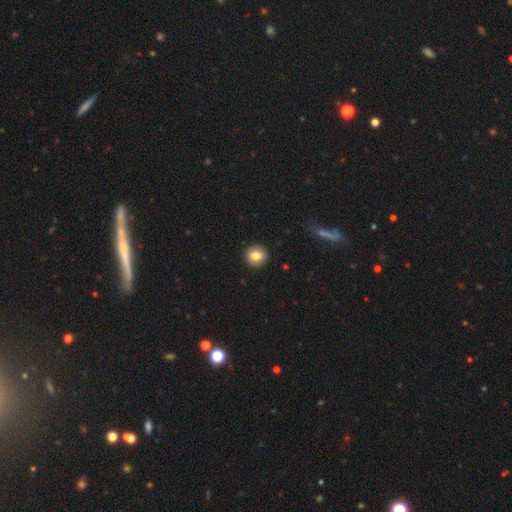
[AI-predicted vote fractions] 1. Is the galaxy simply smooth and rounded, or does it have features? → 83% smooth, 9% star or artifact, 9% featured or disk.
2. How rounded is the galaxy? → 89% round, 10% in between, 1% cigar-shaped.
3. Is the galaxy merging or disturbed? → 91% none, 6% minor disturbance, 2% major disturbance, 1% merger.